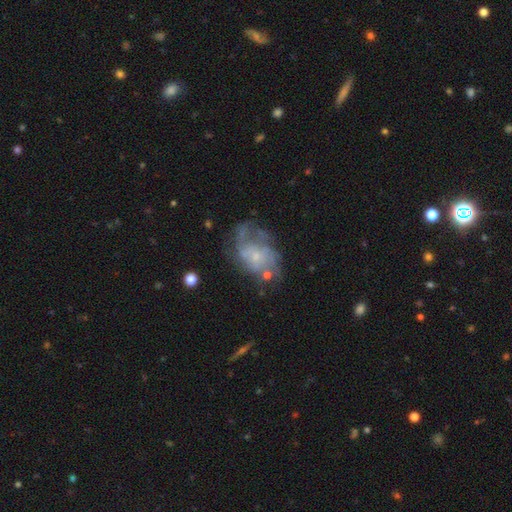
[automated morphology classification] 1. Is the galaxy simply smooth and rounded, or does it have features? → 71% featured or disk, 20% smooth, 10% star or artifact.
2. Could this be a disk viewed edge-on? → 97% no, 3% yes.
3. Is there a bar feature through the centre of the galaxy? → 77% no, 20% weak, 3% strong.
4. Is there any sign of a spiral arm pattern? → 69% yes, 31% no.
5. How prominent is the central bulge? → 70% small, 16% moderate, 12% none, 2% large, 1% dominant.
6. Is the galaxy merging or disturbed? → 44% none, 28% major disturbance, 23% minor disturbance, 6% merger.